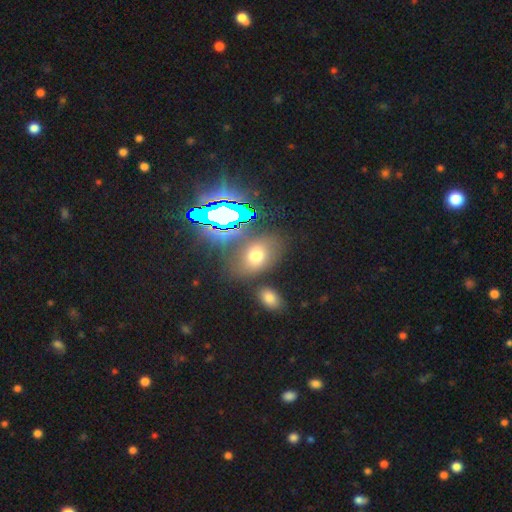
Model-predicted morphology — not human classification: Overall: smooth (63%). How rounded: in between (71%). Merging: none (69%).